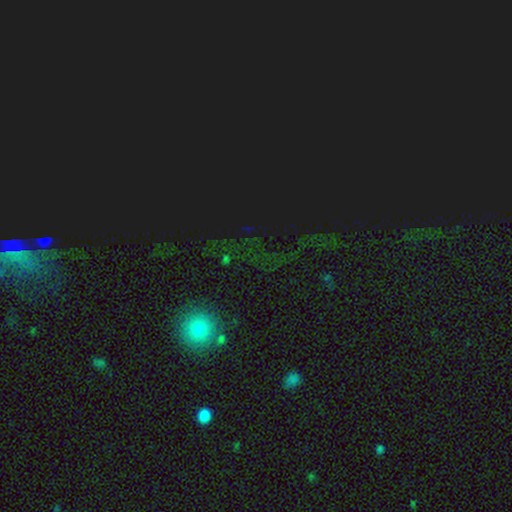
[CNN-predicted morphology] Smooth or featured? star or artifact (66%)